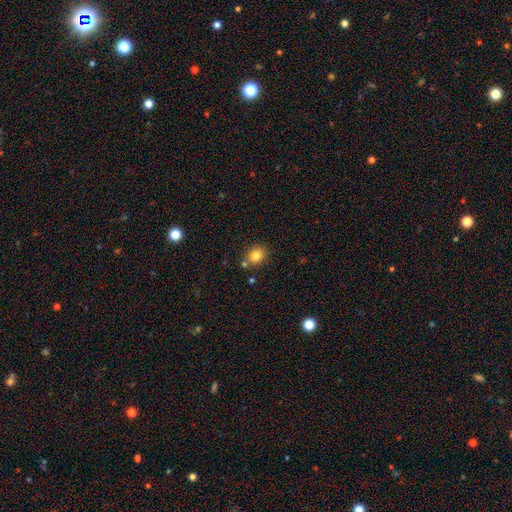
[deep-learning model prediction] smooth-or-featured: smooth: 82% | star or artifact: 11% | featured or disk: 7%
  how-rounded: round: 63% | in between: 36% | cigar-shaped: 1%
  merging: none: 75% | minor disturbance: 12% | merger: 10% | major disturbance: 3%